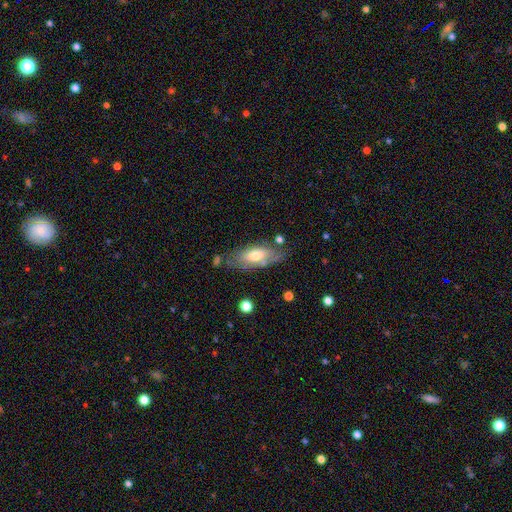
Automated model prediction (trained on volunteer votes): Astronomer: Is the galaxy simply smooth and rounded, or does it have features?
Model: smooth — 59% (runner-up: featured or disk, 35%).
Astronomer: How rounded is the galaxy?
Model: in between — 79%.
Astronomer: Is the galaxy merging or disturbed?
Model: none — 64%.